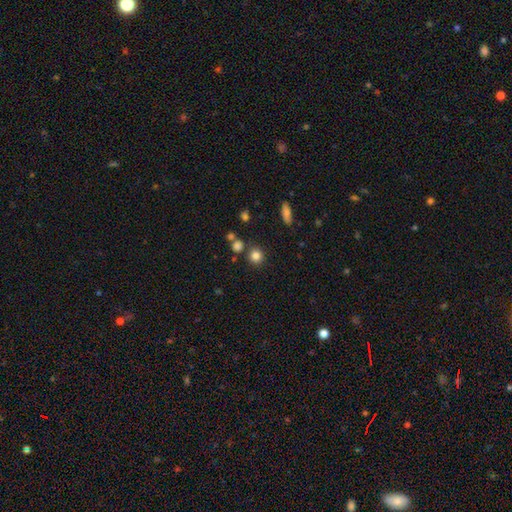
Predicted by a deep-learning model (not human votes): A smooth galaxy with no disk features (83%) that is round (89%).

Vote fractions:
- Smooth or featured? smooth: 83% / star or artifact: 12% / featured or disk: 5%
- How rounded? round: 89% / in between: 10% / cigar-shaped: 1%
- Merging? none: 80% / merger: 8% / minor disturbance: 8% / major disturbance: 3%